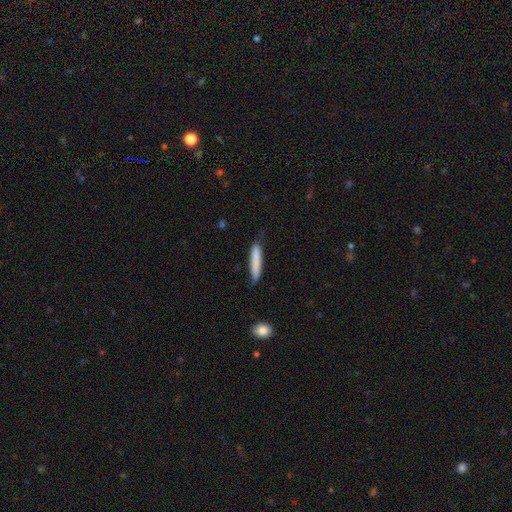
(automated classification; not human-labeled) Smooth or featured? Predicted: smooth (p=0.79). How rounded? Predicted: cigar-shaped (p=0.94). Merging? Predicted: none (p=0.85).